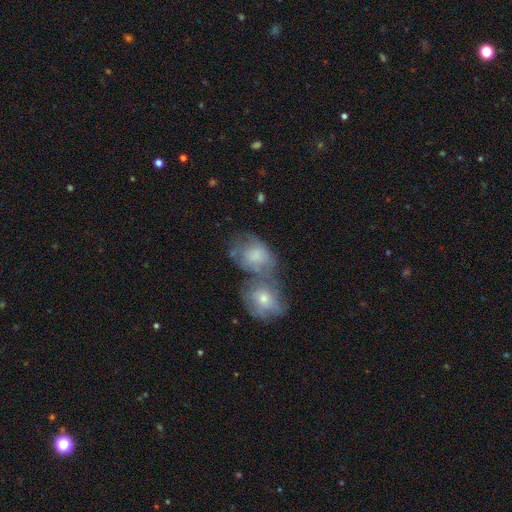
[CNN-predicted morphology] smooth_or_featured: smooth (p=0.63) [alt: featured or disk p=0.29]
how_rounded: in between (p=0.67) [alt: round p=0.31]
merging: merger (p=0.62) [alt: none p=0.17]